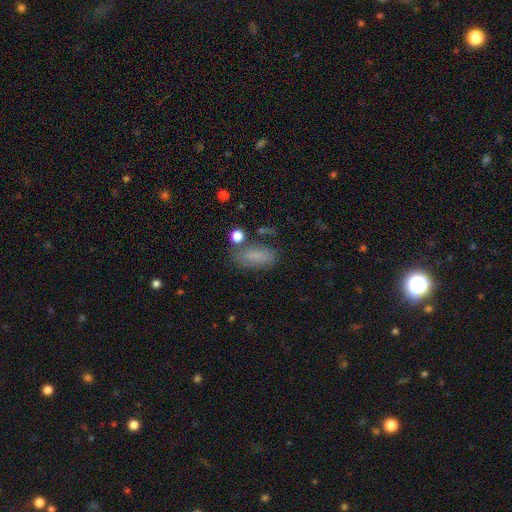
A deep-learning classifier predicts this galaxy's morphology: smooth_or_featured: smooth (p=0.76) [alt: featured or disk p=0.12]
how_rounded: in between (p=0.81) [alt: cigar-shaped p=0.13]
merging: none (p=0.64) [alt: minor disturbance p=0.20]